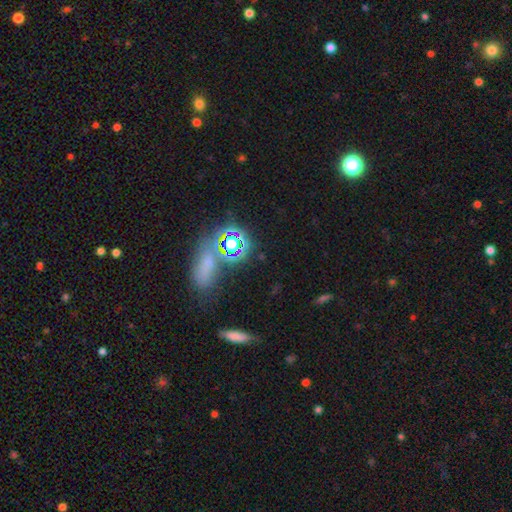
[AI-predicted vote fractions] Overall: star or artifact (50%; smooth 36%).